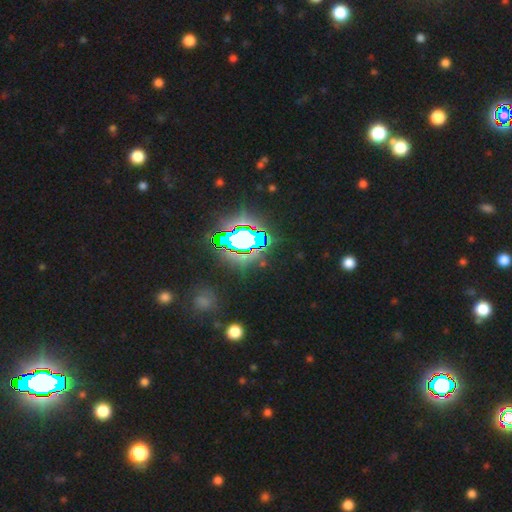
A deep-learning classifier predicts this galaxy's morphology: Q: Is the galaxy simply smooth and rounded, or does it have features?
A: star or artifact — 80%.